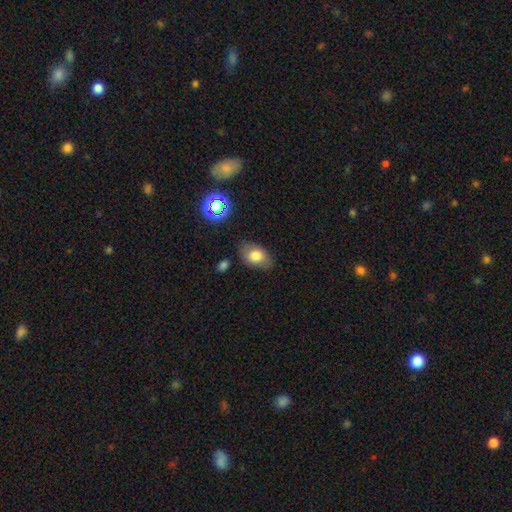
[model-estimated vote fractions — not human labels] smooth_or_featured: smooth (p=0.76) [alt: featured or disk p=0.15]
how_rounded: in between (p=0.85) [alt: round p=0.14]
merging: none (p=0.76) [alt: minor disturbance p=0.17]